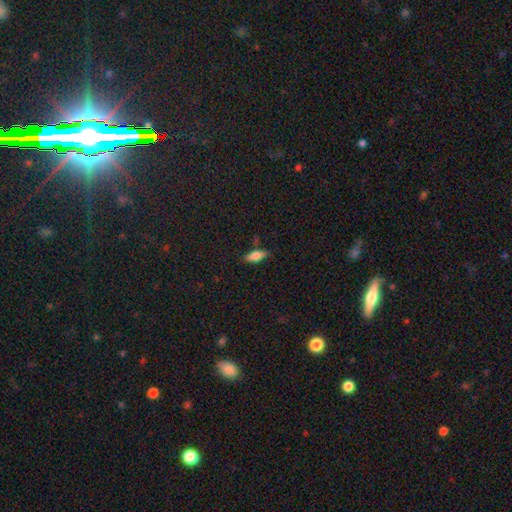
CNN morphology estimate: A smooth galaxy with no disk features (73%) that is in between round and cigar-shaped (68%). Merging: none (76%).